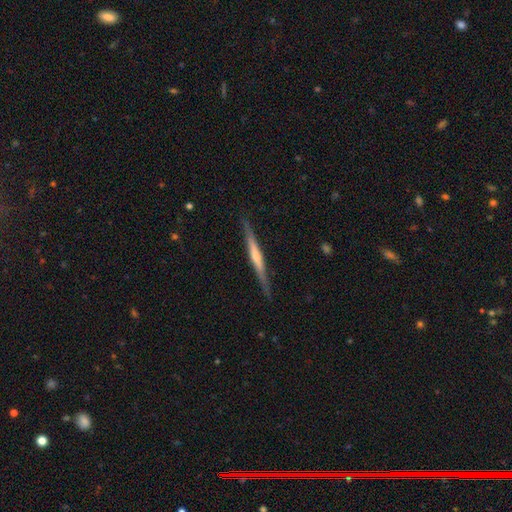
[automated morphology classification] Overall: featured or disk (71%). Edge-on disk: yes (98%). Edge-on bulge: rounded (55%; none 33%). Merging: none (89%).